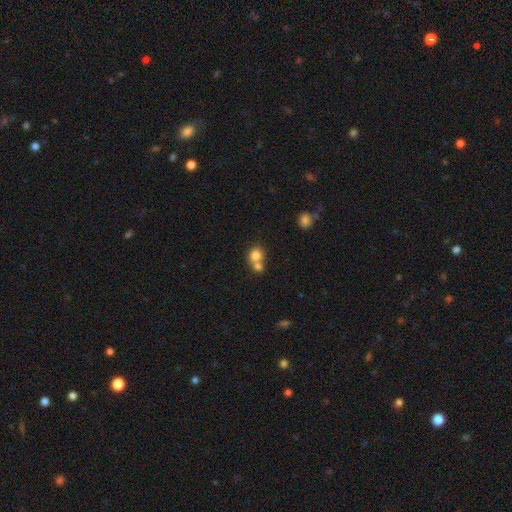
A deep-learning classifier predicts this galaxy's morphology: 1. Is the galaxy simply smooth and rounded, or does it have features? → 79% smooth, 11% featured or disk, 11% star or artifact.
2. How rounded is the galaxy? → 81% round, 18% in between, 1% cigar-shaped.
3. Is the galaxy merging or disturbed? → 53% merger, 38% none, 6% minor disturbance, 2% major disturbance.